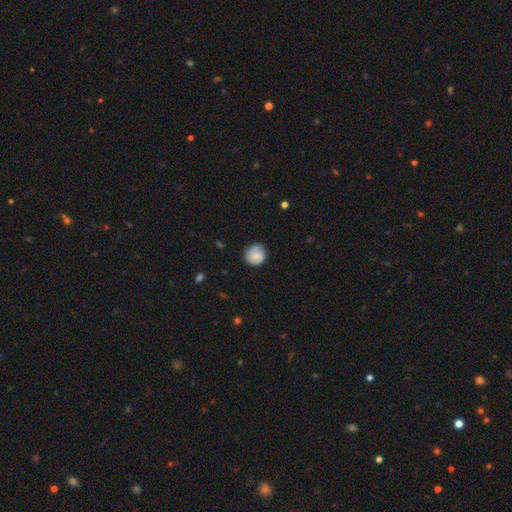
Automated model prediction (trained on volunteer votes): Overall: smooth (75%). How rounded: round (88%). Merging: none (69%).